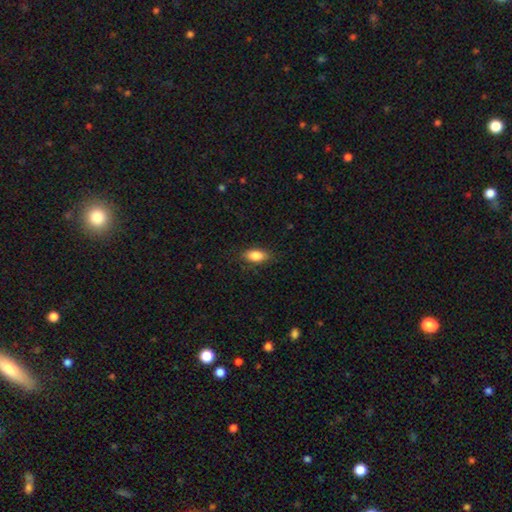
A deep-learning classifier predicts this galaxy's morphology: smooth_or_featured: smooth (p=0.85) [alt: featured or disk p=0.08]
how_rounded: in between (p=0.86) [alt: cigar-shaped p=0.09]
merging: none (p=0.82) [alt: minor disturbance p=0.14]